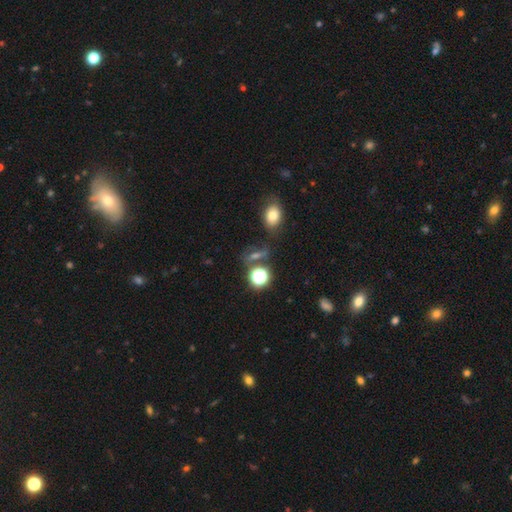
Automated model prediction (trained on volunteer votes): Smooth or featured? star or artifact (46%)